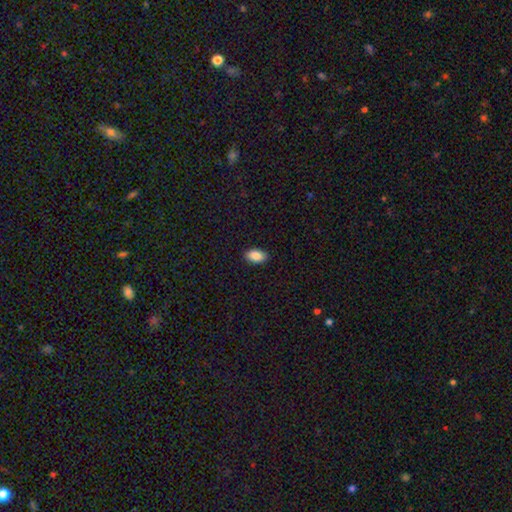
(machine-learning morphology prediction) type=smooth (89%); roundness=in between (93%); merging=none (89%).